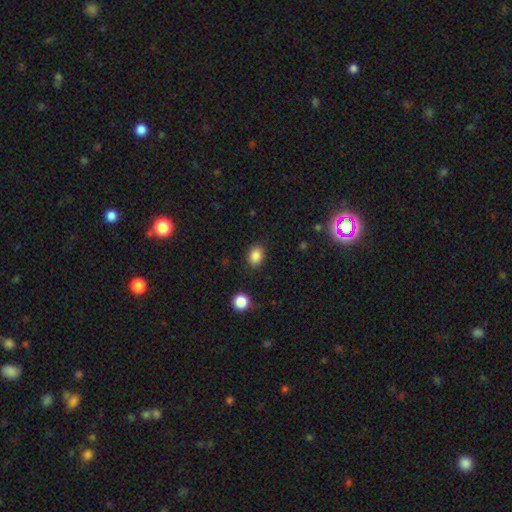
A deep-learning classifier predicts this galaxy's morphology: A smooth galaxy with no disk features (86%) that is in between round and cigar-shaped (58%). Merging: none (85%).